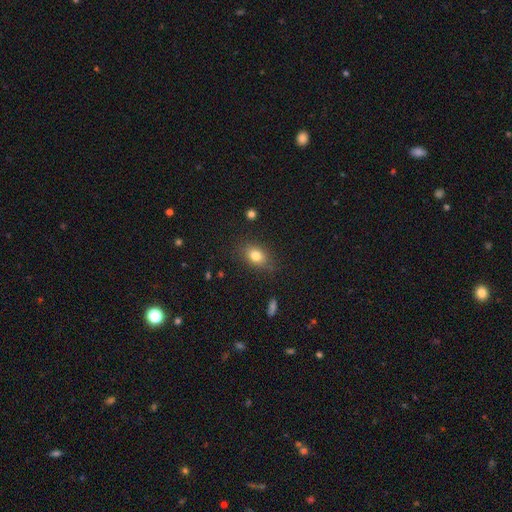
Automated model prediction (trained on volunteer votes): Overall: smooth (80%). How rounded: in between (75%). Merging: none (81%).